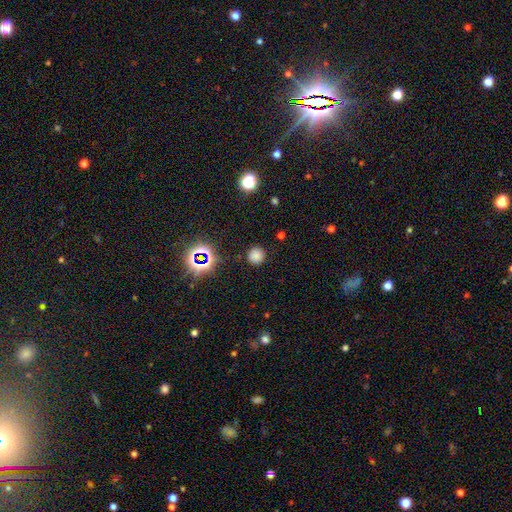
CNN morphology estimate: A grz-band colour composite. It shows a smooth galaxy with no disk features (73%) that is round (94%). Merging: none (89%).